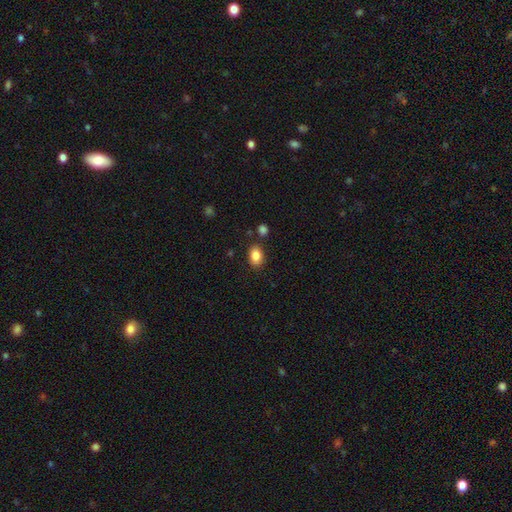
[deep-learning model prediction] A smooth galaxy with no disk features (86%) that is in between round and cigar-shaped (80%). Merging: none (81%).